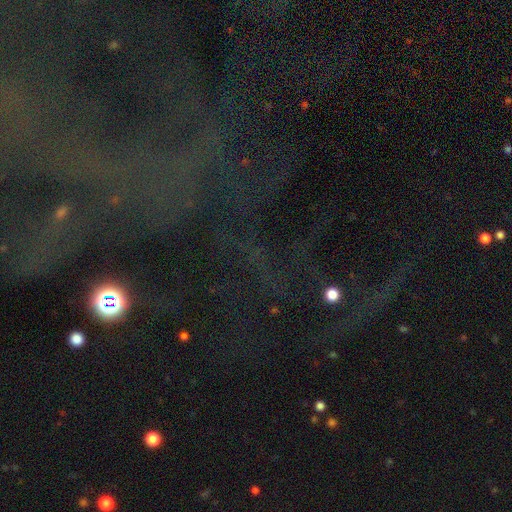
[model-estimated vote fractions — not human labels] A star or artifact, not a galaxy (73%).

Vote fractions:
- Smooth or featured? star or artifact: 73% / featured or disk: 15% / smooth: 12%